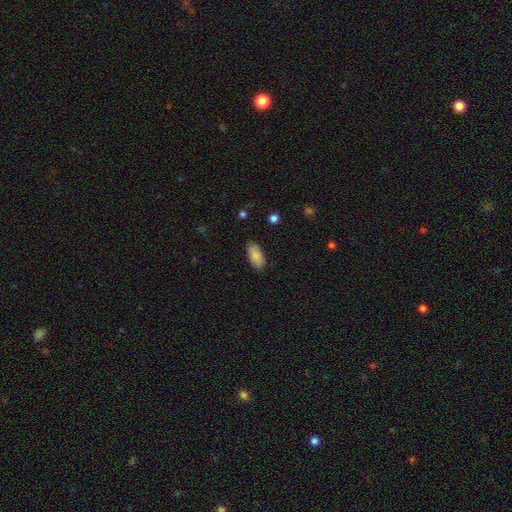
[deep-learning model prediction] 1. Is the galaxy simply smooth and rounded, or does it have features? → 87% smooth, 7% featured or disk, 6% star or artifact.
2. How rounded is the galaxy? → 91% in between, 7% cigar-shaped, 2% round.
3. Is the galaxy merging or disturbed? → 86% none, 11% minor disturbance, 2% major disturbance, 1% merger.